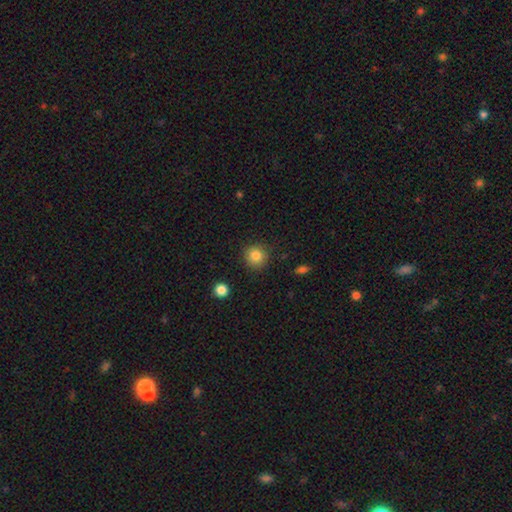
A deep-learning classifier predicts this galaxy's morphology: Smooth or featured?
  - smooth: 84% *
  - star or artifact: 10%
  - featured or disk: 6%
How rounded?
  - round: 92% *
  - in between: 7%
  - cigar-shaped: 1%
Merging?
  - none: 88% *
  - minor disturbance: 8%
  - major disturbance: 2%
  - merger: 1%